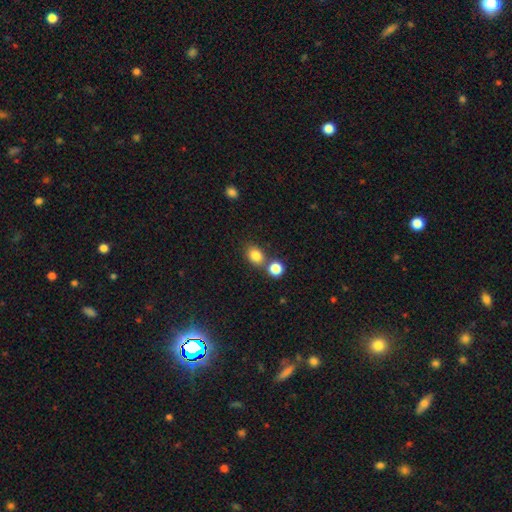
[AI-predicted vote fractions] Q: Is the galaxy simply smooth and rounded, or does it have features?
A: smooth — 82%.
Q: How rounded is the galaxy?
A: in between — 56%.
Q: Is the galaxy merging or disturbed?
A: none — 60%.